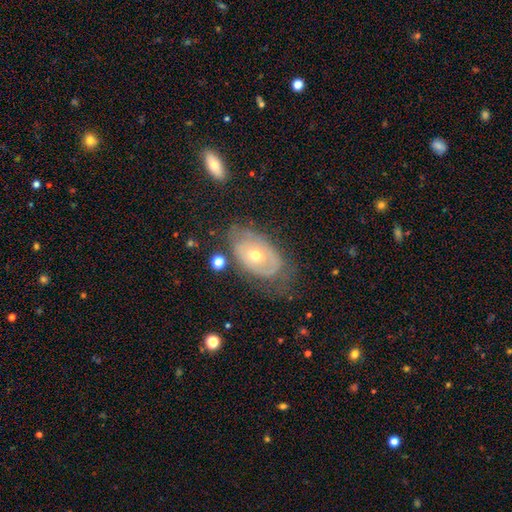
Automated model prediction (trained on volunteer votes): smooth_or_featured: featured or disk (p=0.63) [alt: smooth p=0.30]
disk_edge_on: no (p=0.92) [alt: yes p=0.08]
bar: no (p=0.84) [alt: weak p=0.13]
has_spiral_arms: no (p=0.54) [alt: yes p=0.46]
bulge_size: moderate (p=0.56) [alt: small p=0.40]
merging: none (p=0.58) [alt: minor disturbance p=0.25]